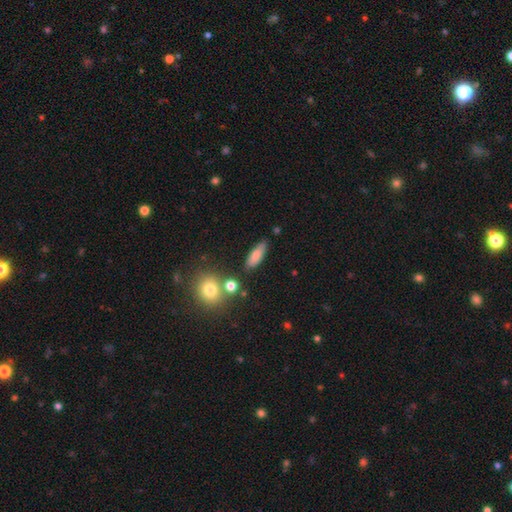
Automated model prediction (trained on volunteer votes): Smooth or featured? Predicted: smooth (p=0.78). How rounded? Predicted: in between (p=0.67). Merging? Predicted: none (p=0.75).